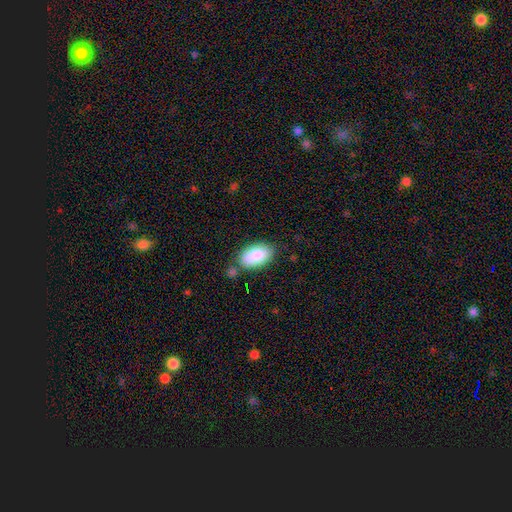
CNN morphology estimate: type=smooth (87%); roundness=in between (95%); merging=none (75%).